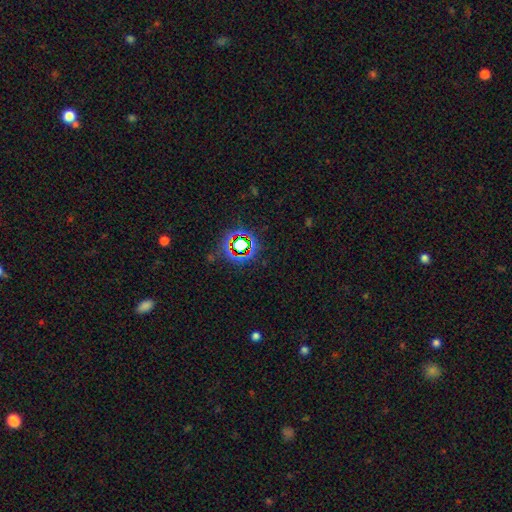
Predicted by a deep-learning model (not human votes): star or artifact 68%, smooth 17%, featured or disk 15%.